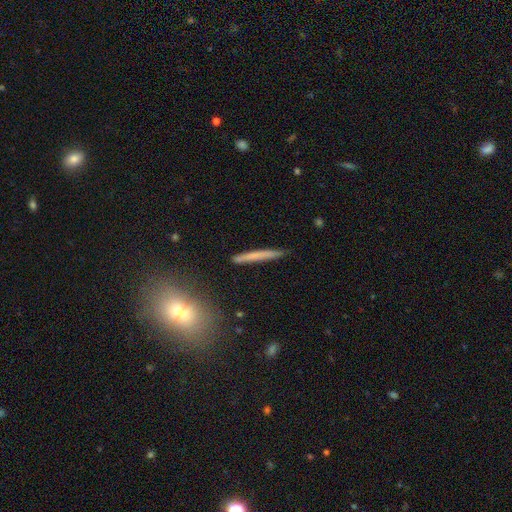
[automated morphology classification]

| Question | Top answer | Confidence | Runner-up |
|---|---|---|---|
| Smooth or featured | smooth | 61% | featured or disk (32%) |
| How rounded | cigar-shaped | 96% | in between (3%) |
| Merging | none | 87% | minor disturbance (9%) |